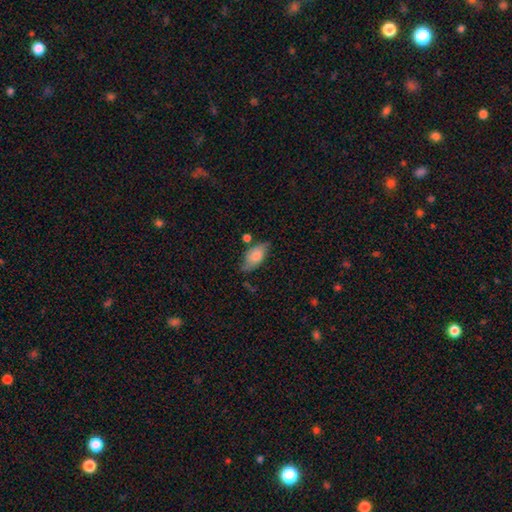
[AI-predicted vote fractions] A smooth galaxy with no disk features (71%) that is in between round and cigar-shaped (89%).

Vote fractions:
- Smooth or featured? smooth: 71% / featured or disk: 22% / star or artifact: 7%
- How rounded? in between: 89% / cigar-shaped: 7% / round: 3%
- Merging? none: 63% / minor disturbance: 25% / merger: 6% / major disturbance: 6%